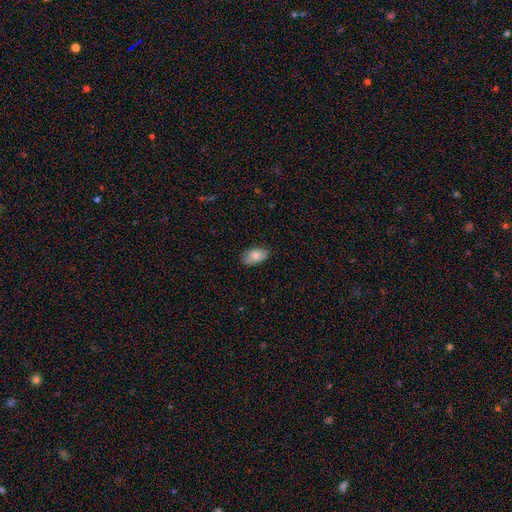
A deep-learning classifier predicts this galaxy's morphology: A smooth galaxy with no disk features (79%) that is in between round and cigar-shaped (93%). Merging: none (80%).